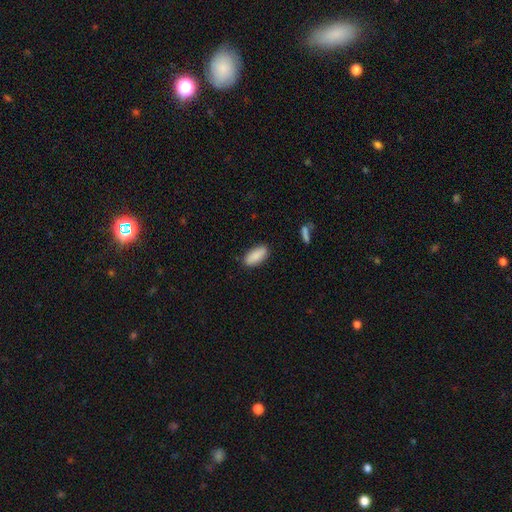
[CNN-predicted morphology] A smooth galaxy with no disk features (88%) that is in between round and cigar-shaped (83%).

Vote fractions:
- Smooth or featured? smooth: 88% / star or artifact: 6% / featured or disk: 6%
- How rounded? in between: 83% / cigar-shaped: 15% / round: 2%
- Merging? none: 87% / minor disturbance: 10% / major disturbance: 2% / merger: 1%